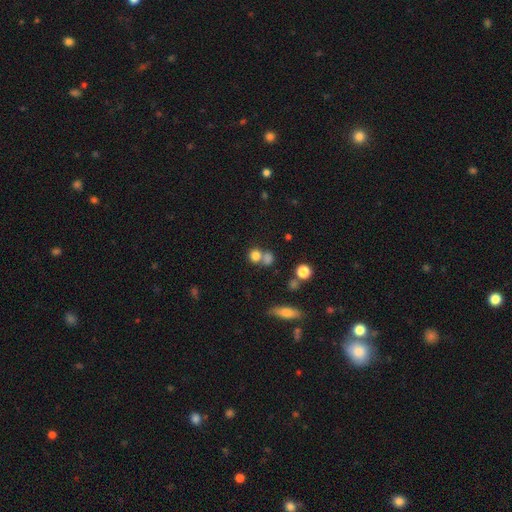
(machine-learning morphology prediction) This appears to be a smooth galaxy with no disk features (77%) that is round (79%). Merging: none (45%).